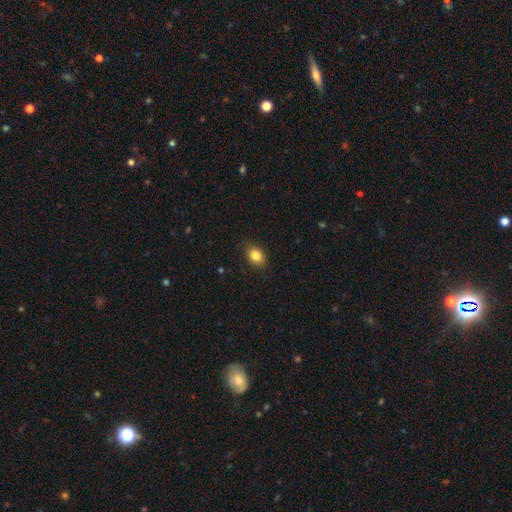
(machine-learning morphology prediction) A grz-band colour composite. It shows a smooth galaxy with no disk features (83%) that is in between round and cigar-shaped (69%). Merging: none (85%).